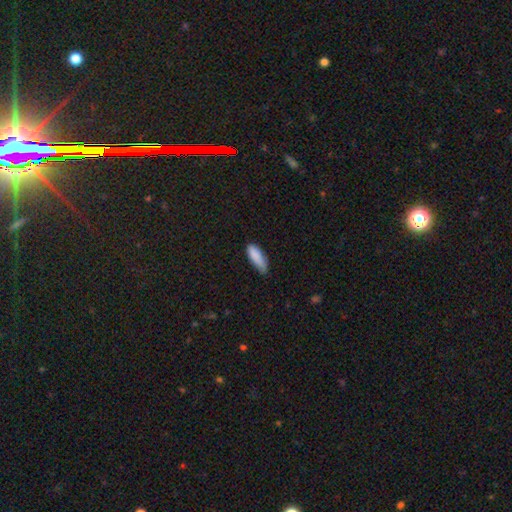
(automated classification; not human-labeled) smooth 87%, star or artifact 7%, featured or disk 6%. Down the decision tree: how rounded — in between (59%); merging — none (55%).